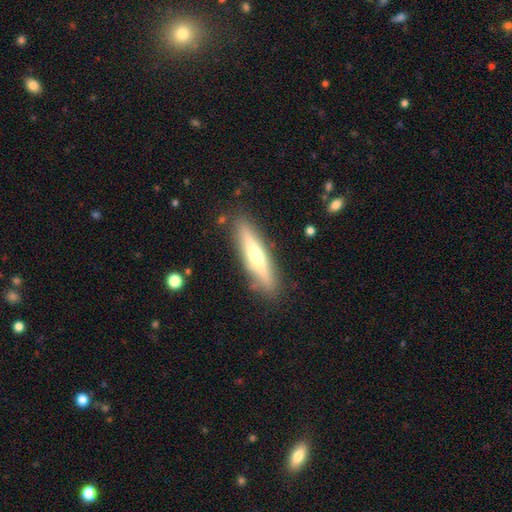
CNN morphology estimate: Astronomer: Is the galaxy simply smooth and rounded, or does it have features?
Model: featured or disk — 51% (runner-up: smooth, 43%).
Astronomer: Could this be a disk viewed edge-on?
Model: yes — 90%.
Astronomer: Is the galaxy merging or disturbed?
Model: none — 86%.